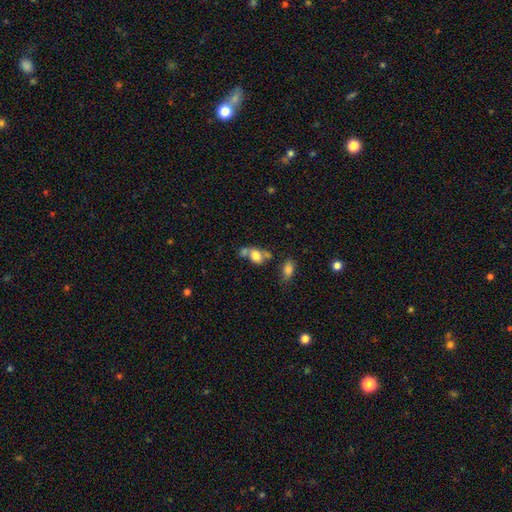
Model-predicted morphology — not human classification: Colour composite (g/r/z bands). It shows a smooth galaxy with no disk features (73%) that is in between round and cigar-shaped (74%). Merging: merger (42%).